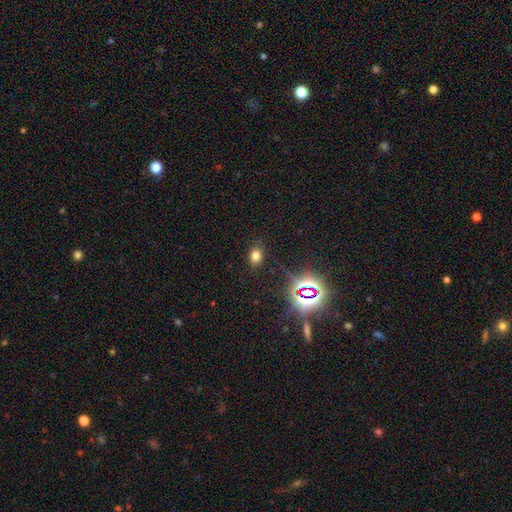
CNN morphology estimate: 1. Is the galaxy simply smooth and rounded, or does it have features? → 69% smooth, 24% star or artifact, 7% featured or disk.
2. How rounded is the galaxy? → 64% in between, 34% round, 1% cigar-shaped.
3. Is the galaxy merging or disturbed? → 85% none, 10% minor disturbance, 4% major disturbance, 2% merger.